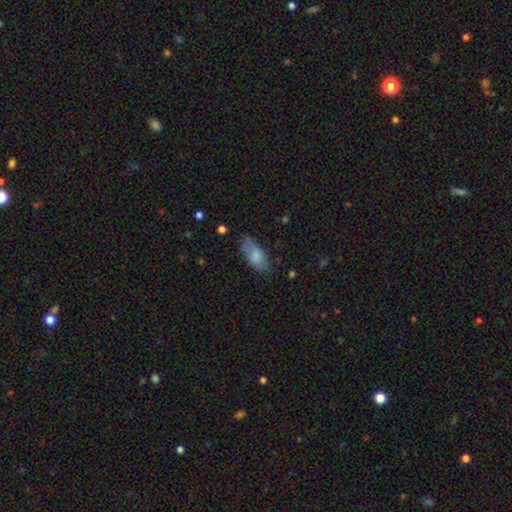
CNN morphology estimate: Smooth or featured? smooth (80%)
How rounded? in between (84%)
Merging? none (69%)